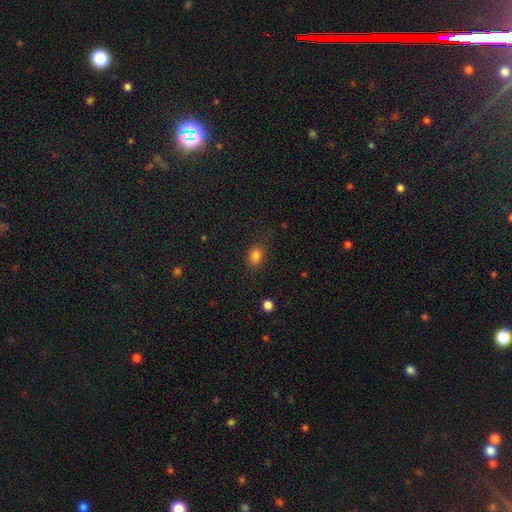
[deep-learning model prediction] Q: Smooth or featured?
A: smooth (81%); runner-up: star or artifact (12%)
Q: How rounded?
A: in between (60%); runner-up: round (39%)
Q: Merging?
A: none (81%); runner-up: minor disturbance (14%)